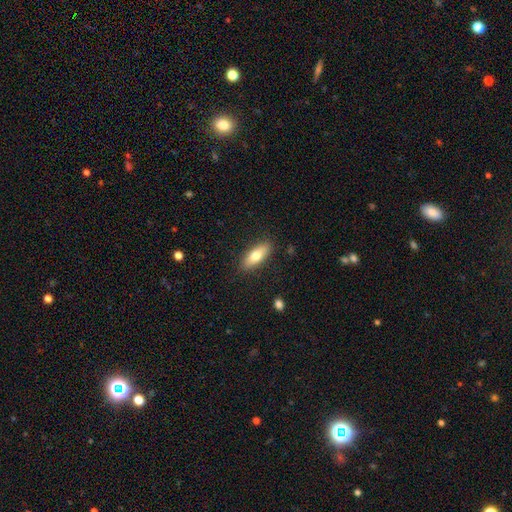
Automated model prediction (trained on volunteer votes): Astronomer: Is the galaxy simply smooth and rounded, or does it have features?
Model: smooth — 73%.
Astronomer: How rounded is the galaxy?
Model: in between — 68%.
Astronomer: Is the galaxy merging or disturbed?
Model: none — 87%.